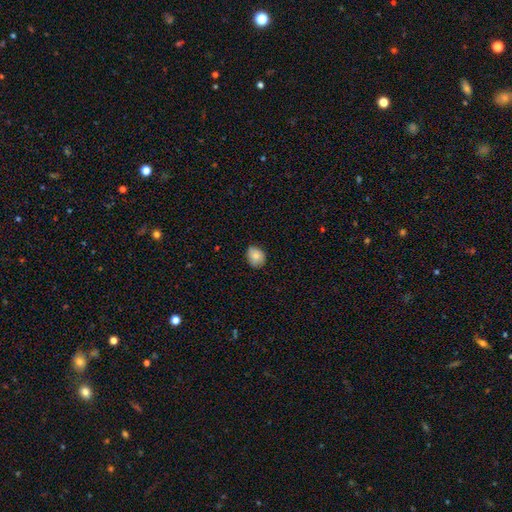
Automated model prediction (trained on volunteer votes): Smooth or featured?
  - smooth: 82% *
  - featured or disk: 10%
  - star or artifact: 8%
How rounded?
  - round: 50% *
  - in between: 49%
  - cigar-shaped: 1%
Merging?
  - none: 76% *
  - minor disturbance: 20%
  - major disturbance: 3%
  - merger: 1%